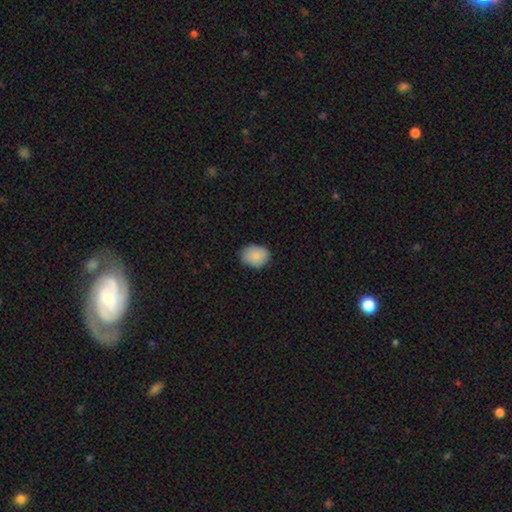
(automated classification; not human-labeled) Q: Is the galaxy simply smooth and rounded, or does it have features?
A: smooth — 88%.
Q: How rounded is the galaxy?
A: round — 52%.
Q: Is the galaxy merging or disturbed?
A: none — 76%.